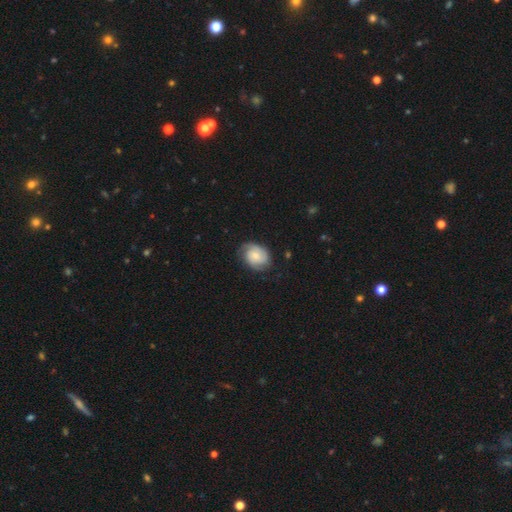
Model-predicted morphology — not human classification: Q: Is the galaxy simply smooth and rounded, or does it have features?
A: featured or disk — 62%.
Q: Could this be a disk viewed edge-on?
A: no — 97%.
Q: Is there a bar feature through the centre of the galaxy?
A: no — 75%.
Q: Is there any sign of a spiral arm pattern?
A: yes — 92%.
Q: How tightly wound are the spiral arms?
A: tight — 51%.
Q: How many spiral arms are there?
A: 2 — 51%.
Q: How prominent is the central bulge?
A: small — 56%.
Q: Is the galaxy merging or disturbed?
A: none — 70%.